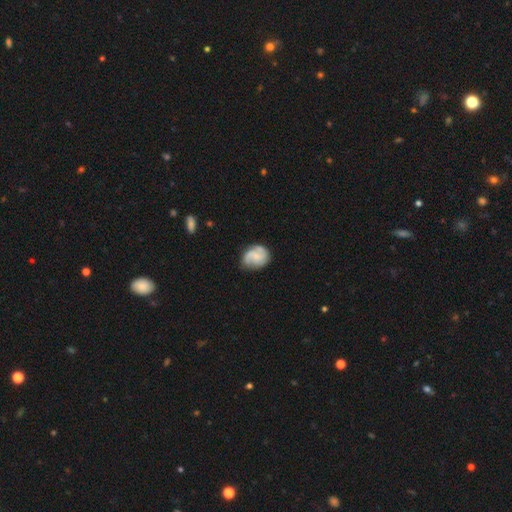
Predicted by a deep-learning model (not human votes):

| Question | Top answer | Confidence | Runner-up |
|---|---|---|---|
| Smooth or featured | featured or disk | 56% | smooth (37%) |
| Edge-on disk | no | 98% | yes (2%) |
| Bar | no | 61% | weak (34%) |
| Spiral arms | yes | 88% | no (12%) |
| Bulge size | none | 39% | small (38%) |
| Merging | none | 64% | minor disturbance (25%) |